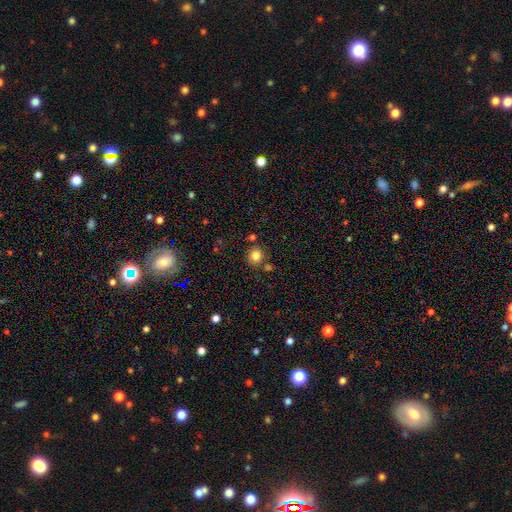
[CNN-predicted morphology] A smooth galaxy with no disk features (81%) that is round (87%).

Vote fractions:
- Smooth or featured? smooth: 81% / star or artifact: 12% / featured or disk: 6%
- How rounded? round: 87% / in between: 12% / cigar-shaped: 1%
- Merging? none: 78% / minor disturbance: 10% / merger: 9% / major disturbance: 3%